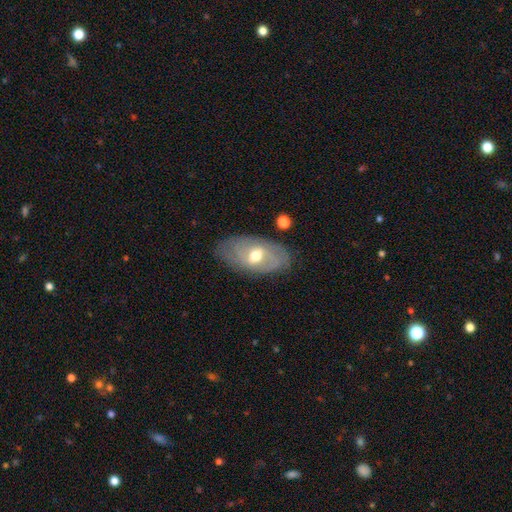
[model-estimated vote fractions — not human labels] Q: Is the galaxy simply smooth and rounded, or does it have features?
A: featured or disk — 59%.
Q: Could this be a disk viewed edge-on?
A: no — 89%.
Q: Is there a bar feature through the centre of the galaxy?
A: weak — 52%.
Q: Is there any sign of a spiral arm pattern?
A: yes — 57%.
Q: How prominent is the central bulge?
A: moderate — 72%.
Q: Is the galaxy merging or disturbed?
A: none — 77%.